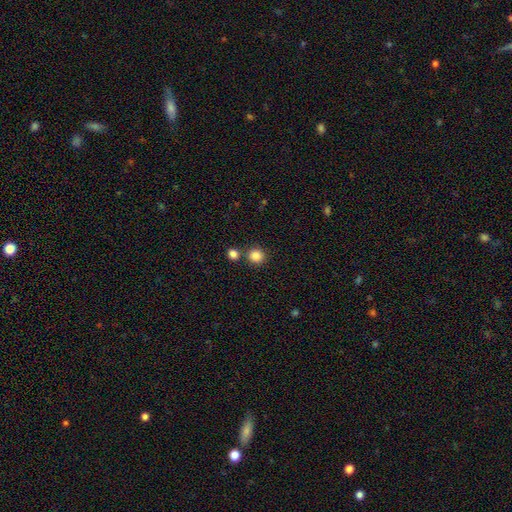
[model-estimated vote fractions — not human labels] Overall: smooth (85%). How rounded: round (90%). Merging: none (77%).